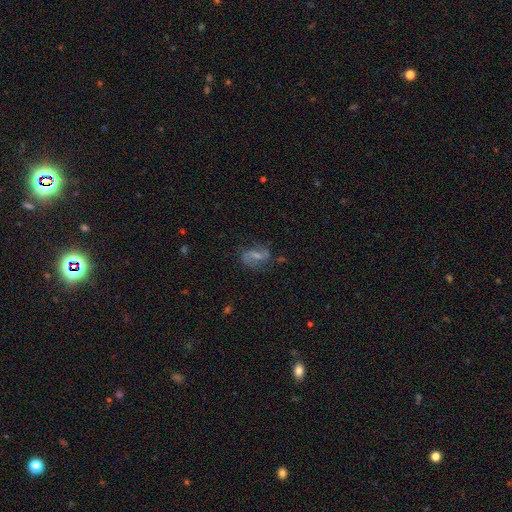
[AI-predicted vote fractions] Smooth or featured? Predicted: featured or disk (p=0.63). Edge-on disk? Predicted: no (p=0.96). Bar? Predicted: weak (p=0.45). Spiral arms? Predicted: yes (p=0.85). Spiral winding? Predicted: loose (p=0.50). Spiral arm count? Predicted: 2 (p=0.83). Bulge size? Predicted: small (p=0.43). Merging? Predicted: none (p=0.60).